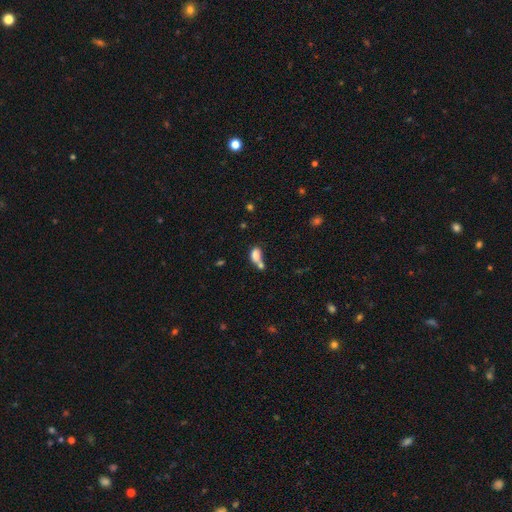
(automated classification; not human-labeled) A smooth galaxy with no disk features (78%) that is in between round and cigar-shaped (84%). Merging: merger (58%).